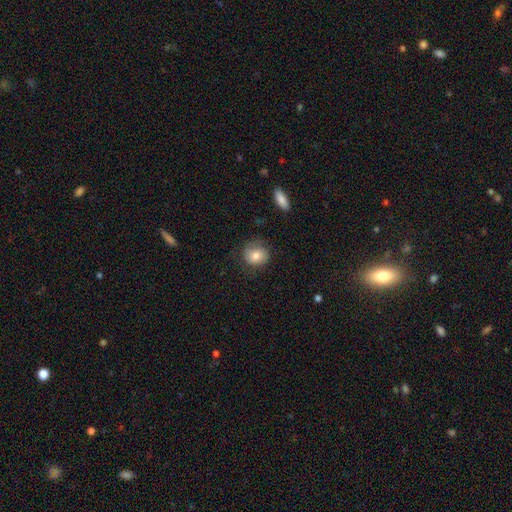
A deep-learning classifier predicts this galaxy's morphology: The model was most divided on "how rounded": round: 74%, in between: 25%, cigar-shaped: 1%. More confident: smooth or featured — smooth (77%); merging — none (71%).